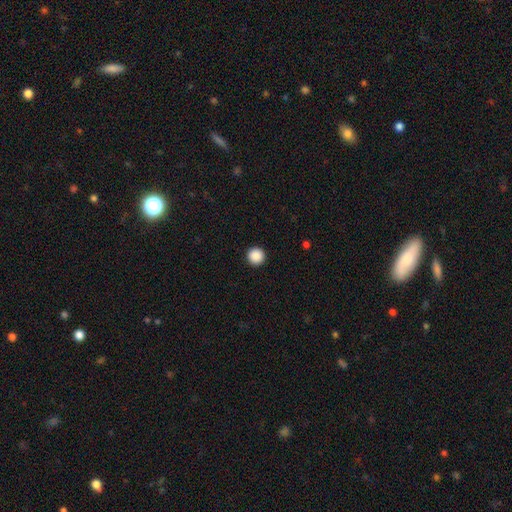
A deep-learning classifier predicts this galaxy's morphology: Smooth or featured: smooth — 89% (star or artifact — 9%)
How rounded: round — 97% (in between — 2%)
Merging: none — 94% (minor disturbance — 4%)